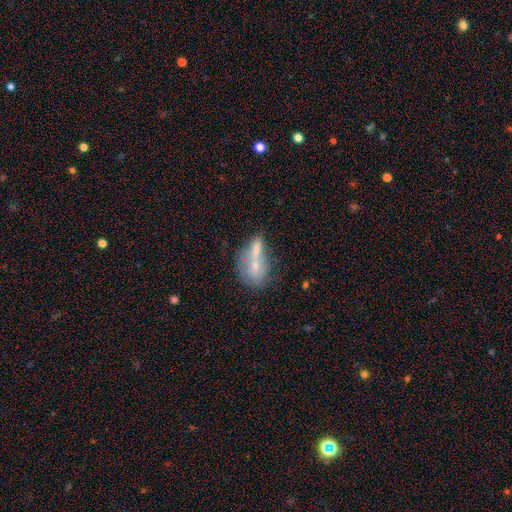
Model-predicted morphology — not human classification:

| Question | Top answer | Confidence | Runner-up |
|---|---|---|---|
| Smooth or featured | smooth | 51% | featured or disk (37%) |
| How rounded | in between | 61% | cigar-shaped (25%) |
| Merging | merger | 43% | none (31%) |